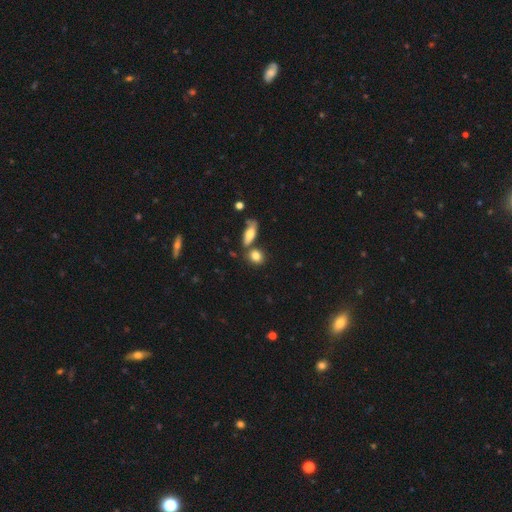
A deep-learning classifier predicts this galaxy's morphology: The model was most divided on "how rounded": in between: 50%, round: 44%, cigar-shaped: 6%. More confident: smooth or featured — smooth (80%); merging — none (59%).